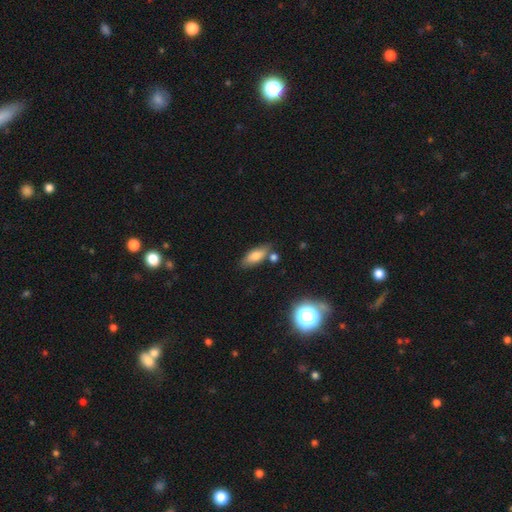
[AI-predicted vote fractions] This is likely a smooth galaxy (74%). How rounded: likely in between (75%). Merging: likely none (72%).